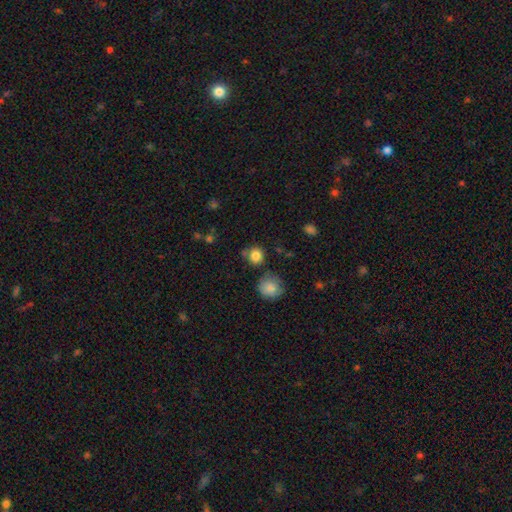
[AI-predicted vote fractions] Overall: smooth (84%). How rounded: round (87%). Merging: none (71%).